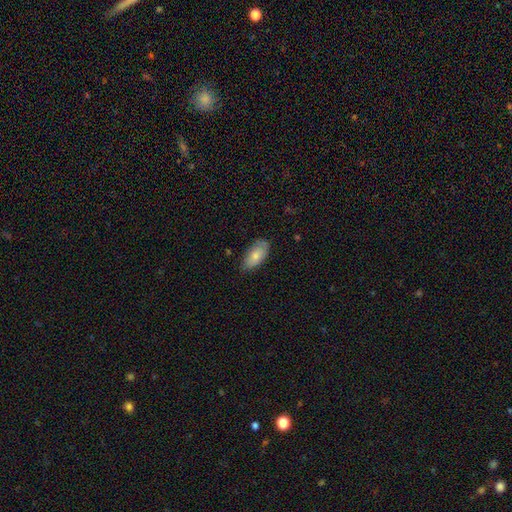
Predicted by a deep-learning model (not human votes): Overall: smooth (77%). How rounded: in between (91%). Merging: none (75%).